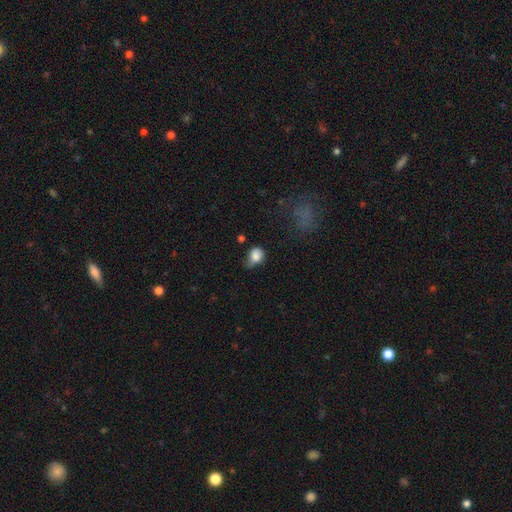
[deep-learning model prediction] smooth-or-featured: smooth: 79% | featured or disk: 11% | star or artifact: 9%
  how-rounded: round: 54% | in between: 45% | cigar-shaped: 1%
  merging: minor disturbance: 41% | none: 28% | major disturbance: 26% | merger: 5%